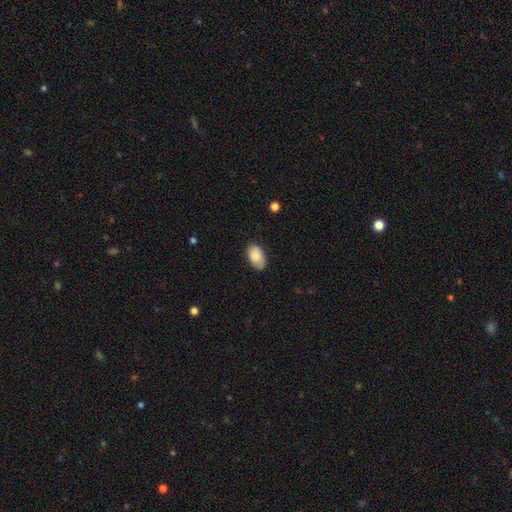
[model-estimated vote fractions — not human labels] Overall: smooth (80%). How rounded: in between (92%). Merging: none (73%).